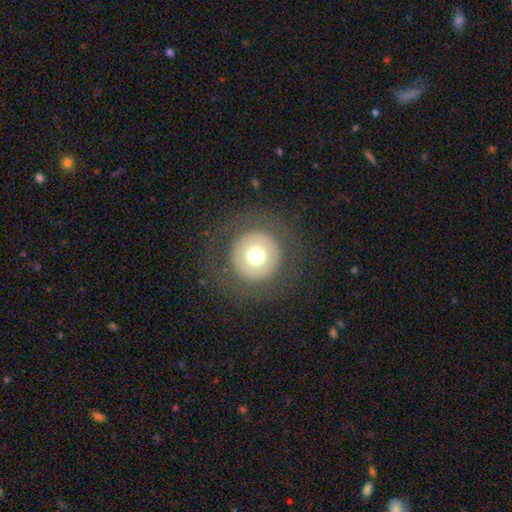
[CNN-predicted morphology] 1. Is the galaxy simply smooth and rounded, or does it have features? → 64% smooth, 25% featured or disk, 11% star or artifact.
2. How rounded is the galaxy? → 96% round, 3% in between, 1% cigar-shaped.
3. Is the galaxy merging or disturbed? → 85% none, 7% minor disturbance, 7% major disturbance, 1% merger.